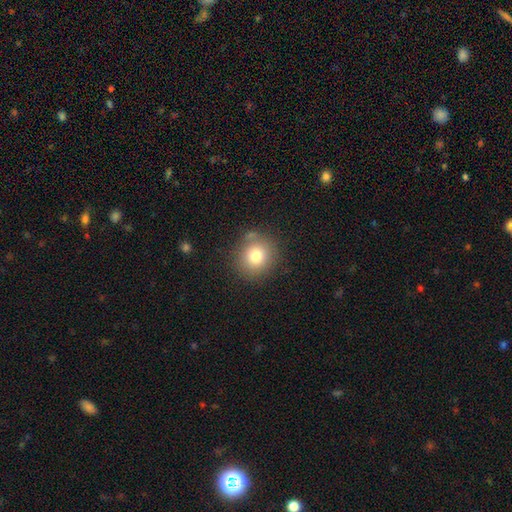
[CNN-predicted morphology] smooth-or-featured: smooth: 78% | star or artifact: 11% | featured or disk: 10%
  how-rounded: round: 88% | in between: 11% | cigar-shaped: 1%
  merging: none: 82% | minor disturbance: 11% | merger: 4% | major disturbance: 3%